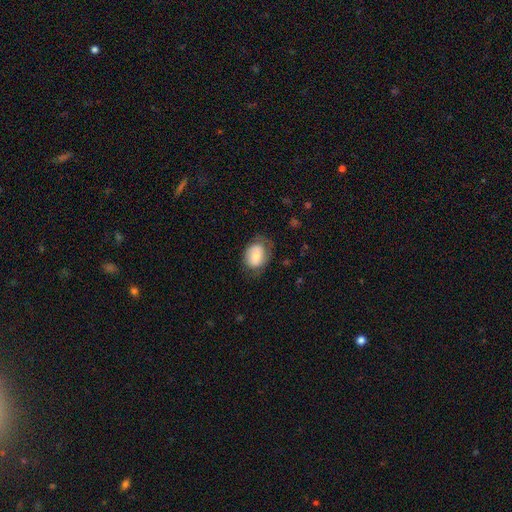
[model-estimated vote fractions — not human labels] Smooth or featured? smooth (65%)
How rounded? in between (62%)
Merging? none (60%)